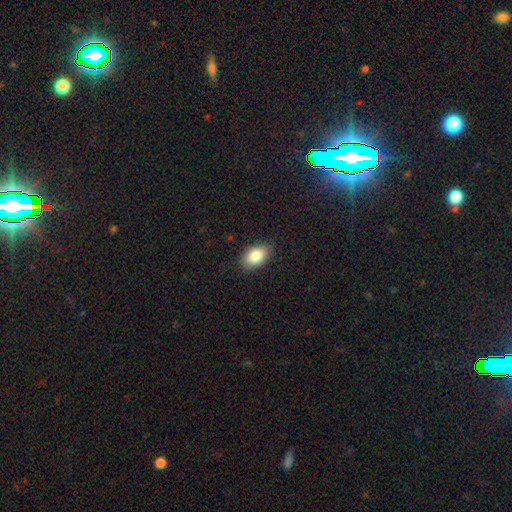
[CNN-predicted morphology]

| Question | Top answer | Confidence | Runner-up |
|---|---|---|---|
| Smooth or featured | smooth | 86% | star or artifact (7%) |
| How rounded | in between | 90% | round (8%) |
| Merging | none | 86% | minor disturbance (11%) |